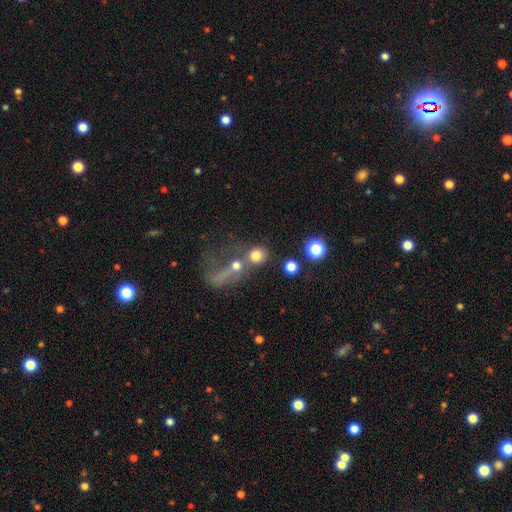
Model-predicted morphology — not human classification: smooth 74%, star or artifact 15%, featured or disk 12%. Down the decision tree: how rounded — round (84%); merging — none (45%).